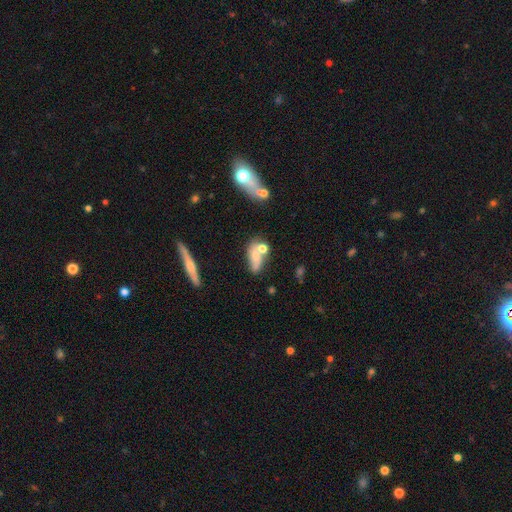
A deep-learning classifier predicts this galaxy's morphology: smooth 58%, featured or disk 29%, star or artifact 12%. Down the decision tree: how rounded — in between (76%); merging — none (39%).